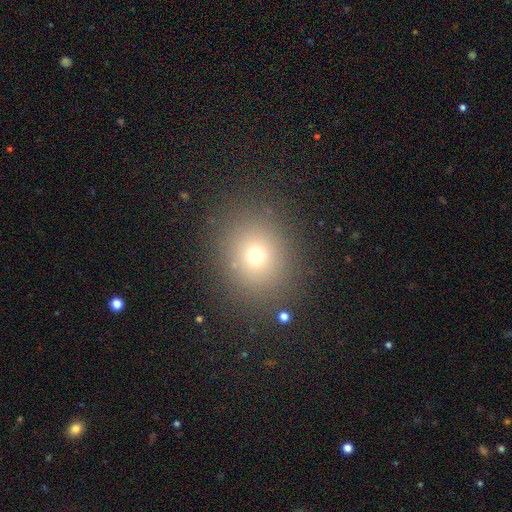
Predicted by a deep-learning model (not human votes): Smooth or featured: smooth — 69% (star or artifact — 21%)
How rounded: round — 72% (in between — 28%)
Merging: none — 86% (minor disturbance — 8%)